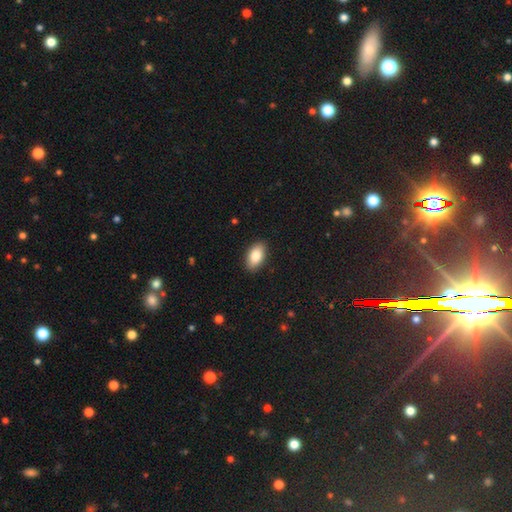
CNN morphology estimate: Q: Smooth or featured?
A: smooth (86%); runner-up: featured or disk (8%)
Q: How rounded?
A: in between (94%); runner-up: round (4%)
Q: Merging?
A: none (89%); runner-up: minor disturbance (8%)